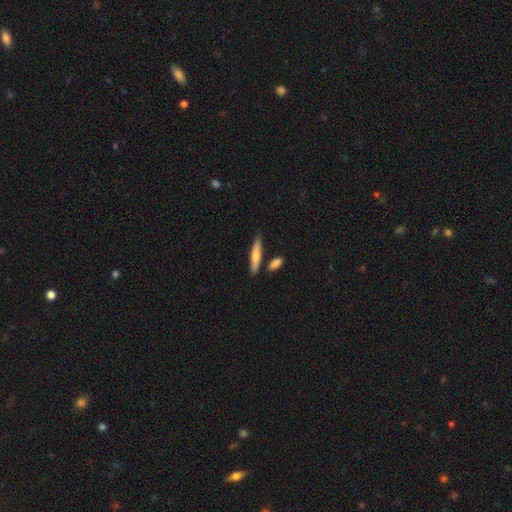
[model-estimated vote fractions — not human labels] A smooth galaxy with no disk features (68%) that is cigar-shaped (82%). Merging: none (77%).